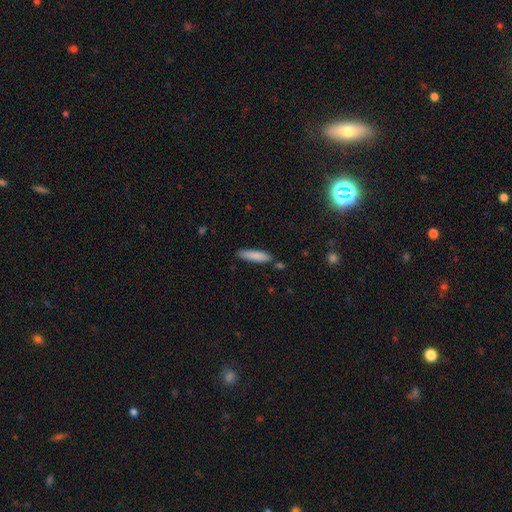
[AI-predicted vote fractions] Smooth or featured?
  - smooth: 84% *
  - featured or disk: 10%
  - star or artifact: 6%
How rounded?
  - cigar-shaped: 79% *
  - in between: 20%
  - round: 1%
Merging?
  - none: 82% *
  - minor disturbance: 13%
  - merger: 3%
  - major disturbance: 2%